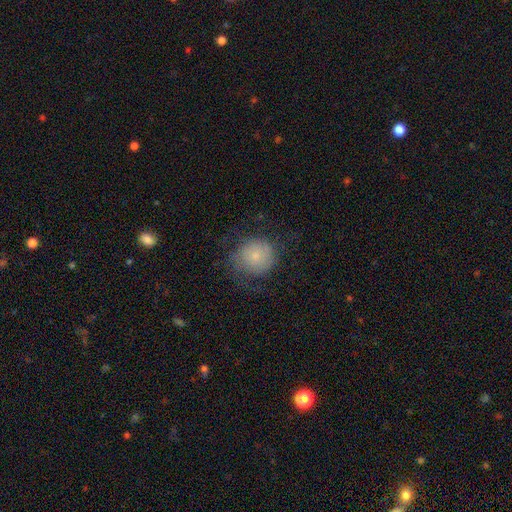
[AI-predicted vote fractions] smooth 66%, featured or disk 25%, star or artifact 9%. Down the decision tree: how rounded — round (89%); merging — none (61%).